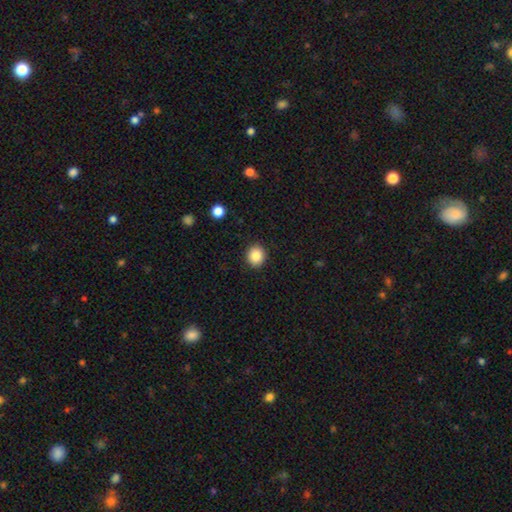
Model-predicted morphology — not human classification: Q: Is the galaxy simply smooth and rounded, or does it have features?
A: smooth — 86%.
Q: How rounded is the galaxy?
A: round — 84%.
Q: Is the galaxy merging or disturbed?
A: none — 91%.